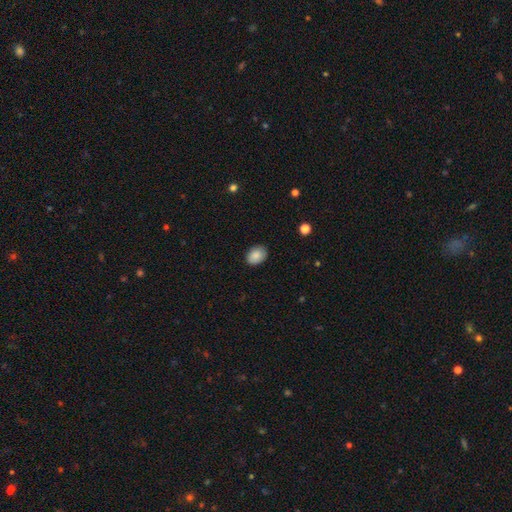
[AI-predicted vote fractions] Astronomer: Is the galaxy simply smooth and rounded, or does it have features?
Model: smooth — 87%.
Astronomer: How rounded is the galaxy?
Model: in between — 74%.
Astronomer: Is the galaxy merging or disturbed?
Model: none — 85%.